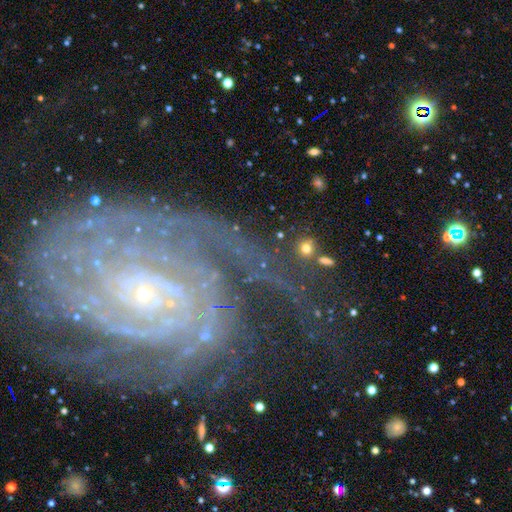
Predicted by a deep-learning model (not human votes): smooth-or-featured: featured or disk: 89% | star or artifact: 7% | smooth: 4%
  disk-edge-on: no: 97% | yes: 3%
    bar: no: 66% | weak: 22% | strong: 12%
    has-spiral-arms: yes: 98% | no: 2%
      spiral-winding: tight: 78% | medium: 18% | loose: 4%
      spiral-arm-count: 2: 30% | can't tell: 19% | 3: 16% | 4: 14% | more than 4: 12% | 1: 9%
    bulge-size: small: 87% | moderate: 8% | none: 2% | large: 1% | dominant: 1%
  merging: none: 65% | minor disturbance: 19% | major disturbance: 14% | merger: 3%